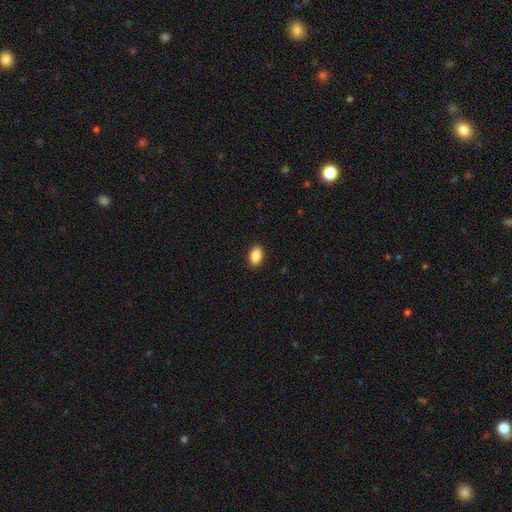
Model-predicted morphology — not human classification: Smooth or featured?
  - smooth: 88% *
  - star or artifact: 8%
  - featured or disk: 4%
How rounded?
  - in between: 90% *
  - round: 8%
  - cigar-shaped: 2%
Merging?
  - none: 90% *
  - minor disturbance: 7%
  - major disturbance: 2%
  - merger: 1%